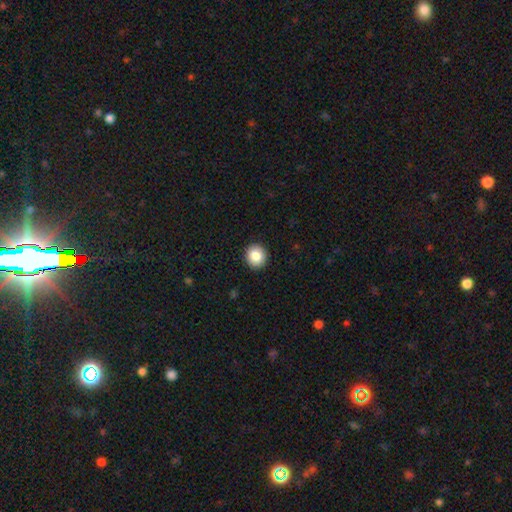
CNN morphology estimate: Smooth or featured?
  - smooth: 86% *
  - star or artifact: 9%
  - featured or disk: 6%
How rounded?
  - round: 89% *
  - in between: 10%
  - cigar-shaped: 1%
Merging?
  - none: 92% *
  - minor disturbance: 5%
  - major disturbance: 2%
  - merger: 1%